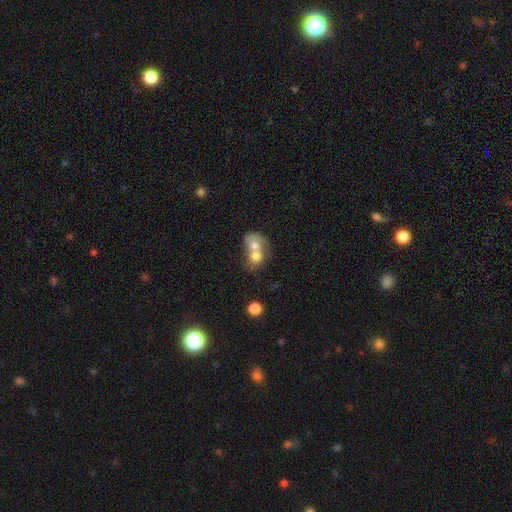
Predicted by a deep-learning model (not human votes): smooth_or_featured: smooth (p=0.63) [alt: featured or disk p=0.29]
how_rounded: round (p=0.55) [alt: in between p=0.43]
merging: merger (p=0.81) [alt: none p=0.10]